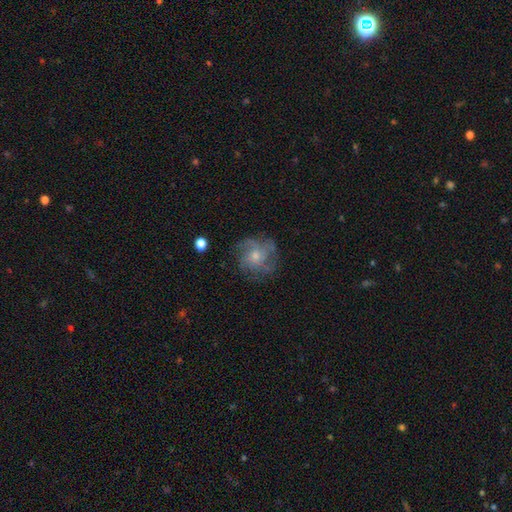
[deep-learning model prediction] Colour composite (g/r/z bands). It shows a featured or disk galaxy (68%) with no bar (79%), medium (42%, tied with tight) spiral arms (88%) and a small central bulge (48%). Merging: none (75%).